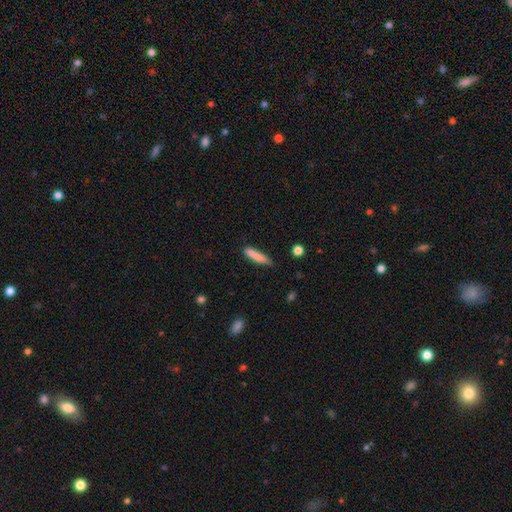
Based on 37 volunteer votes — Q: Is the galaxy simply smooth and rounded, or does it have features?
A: smooth — 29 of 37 (78%).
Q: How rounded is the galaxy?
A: cigar-shaped — 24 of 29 (83%).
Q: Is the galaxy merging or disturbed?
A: none — 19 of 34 (56%).